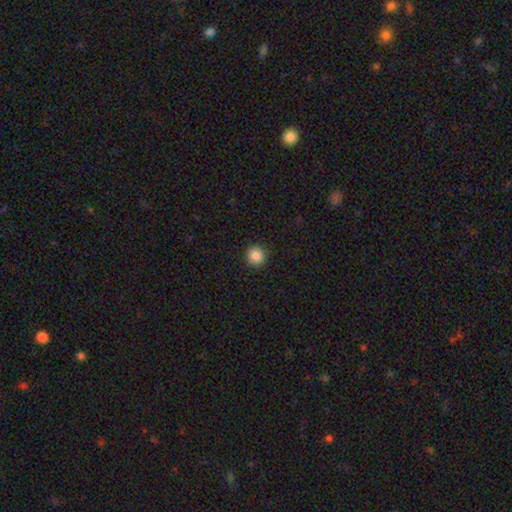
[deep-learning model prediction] Morphology: type=smooth (87%); roundness=round (92%); merging=none (91%).